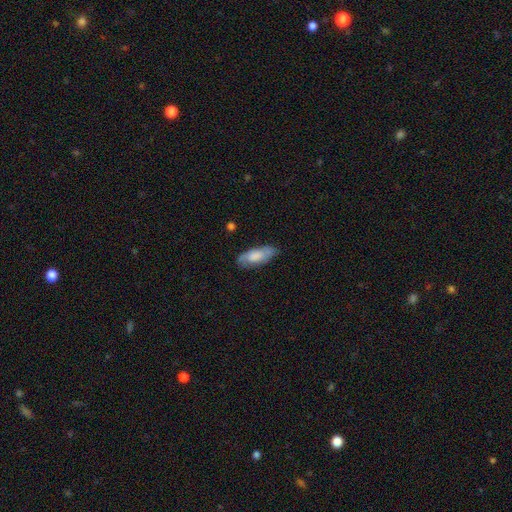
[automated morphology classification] Q: Smooth or featured?
A: smooth (72%); runner-up: featured or disk (22%)
Q: How rounded?
A: in between (76%); runner-up: cigar-shaped (22%)
Q: Merging?
A: none (71%); runner-up: minor disturbance (22%)